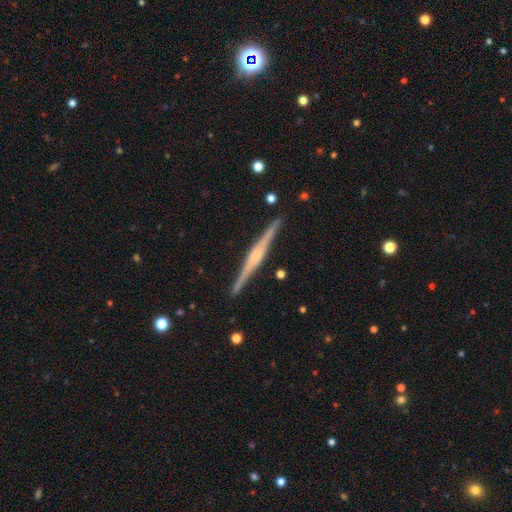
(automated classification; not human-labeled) smooth-or-featured: featured or disk: 84% | smooth: 11% | star or artifact: 5%
  disk-edge-on: yes: 99% | no: 1%
    edge-on-bulge: rounded: 53% | boxy: 34% | none: 14%
  merging: none: 91% | minor disturbance: 6% | major disturbance: 1% | merger: 1%